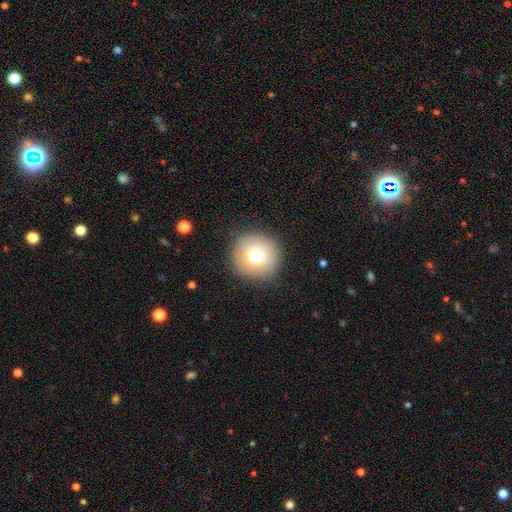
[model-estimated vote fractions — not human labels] Q: Smooth or featured?
A: smooth (75%); runner-up: featured or disk (13%)
Q: How rounded?
A: round (95%); runner-up: in between (4%)
Q: Merging?
A: none (91%); runner-up: minor disturbance (6%)